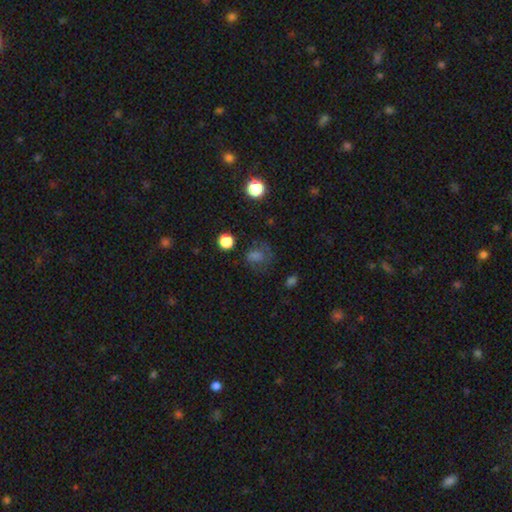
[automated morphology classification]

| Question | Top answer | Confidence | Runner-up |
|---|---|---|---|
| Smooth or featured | smooth | 54% | star or artifact (28%) |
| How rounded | round | 61% | in between (38%) |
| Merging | none | 58% | minor disturbance (21%) |